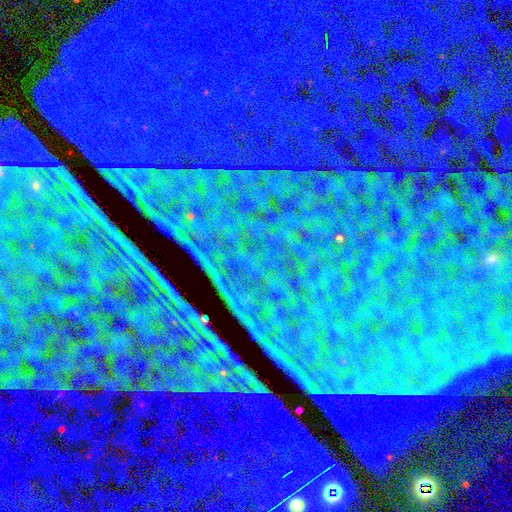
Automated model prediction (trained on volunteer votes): A star or artifact, not a galaxy (88%).